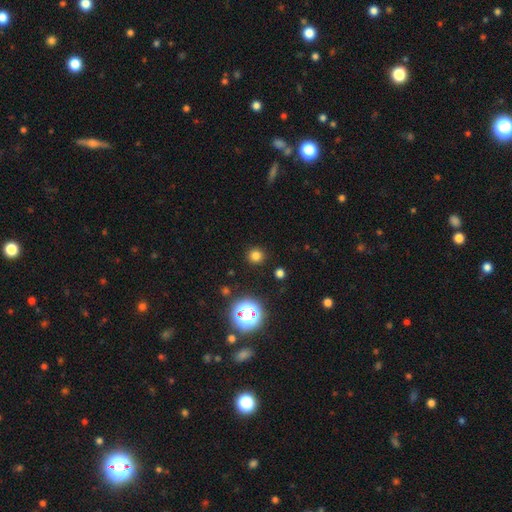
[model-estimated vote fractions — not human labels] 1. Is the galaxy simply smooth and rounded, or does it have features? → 76% smooth, 20% star or artifact, 5% featured or disk.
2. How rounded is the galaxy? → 94% round, 5% in between, 1% cigar-shaped.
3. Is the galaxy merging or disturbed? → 91% none, 6% minor disturbance, 2% major disturbance, 2% merger.